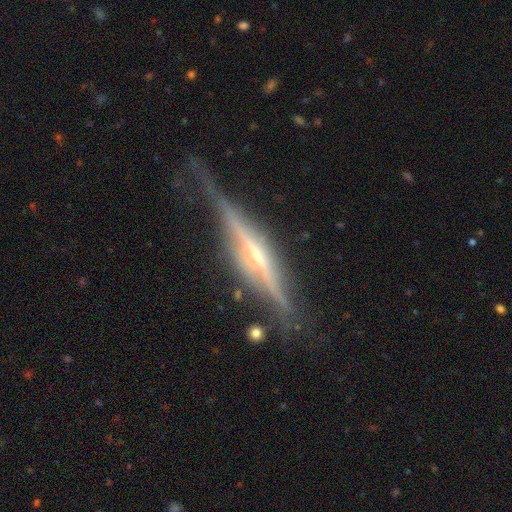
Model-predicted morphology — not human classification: smooth-or-featured: featured or disk: 86% | smooth: 8% | star or artifact: 6%
  disk-edge-on: yes: 96% | no: 4%
    edge-on-bulge: rounded: 70% | none: 16% | boxy: 14%
  merging: none: 76% | minor disturbance: 17% | major disturbance: 5% | merger: 2%